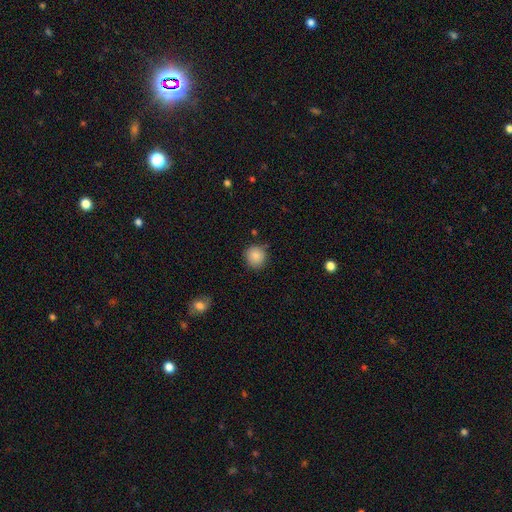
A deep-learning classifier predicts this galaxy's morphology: Smooth or featured? smooth (86%)
How rounded? round (91%)
Merging? none (83%)